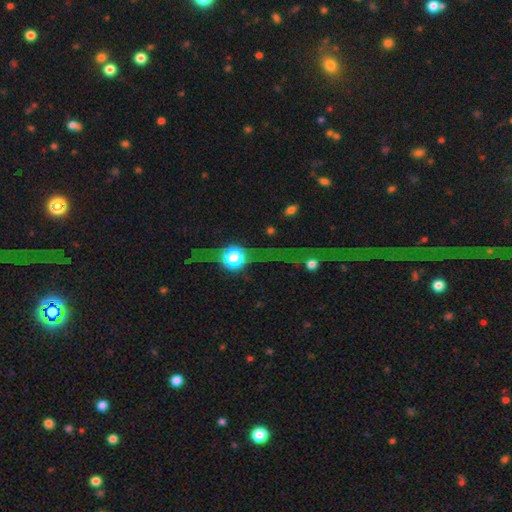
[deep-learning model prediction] Q: Smooth or featured?
A: star or artifact (76%); runner-up: smooth (14%)